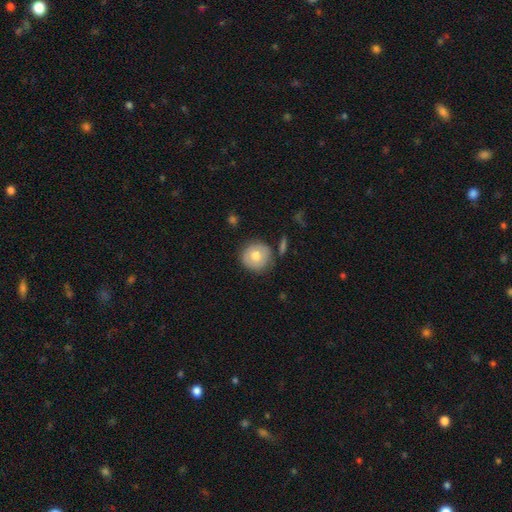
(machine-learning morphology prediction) Q: Smooth or featured?
A: smooth (76%); runner-up: featured or disk (17%)
Q: How rounded?
A: round (93%); runner-up: in between (6%)
Q: Merging?
A: none (81%); runner-up: minor disturbance (11%)